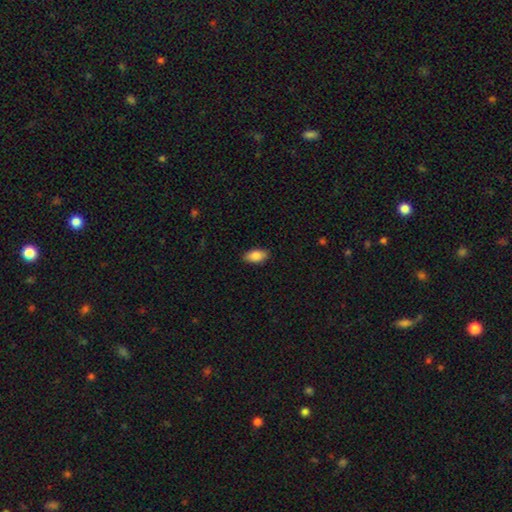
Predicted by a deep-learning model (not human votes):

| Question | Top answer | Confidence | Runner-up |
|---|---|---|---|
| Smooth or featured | smooth | 86% | featured or disk (7%) |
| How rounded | in between | 92% | cigar-shaped (4%) |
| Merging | none | 87% | minor disturbance (10%) |